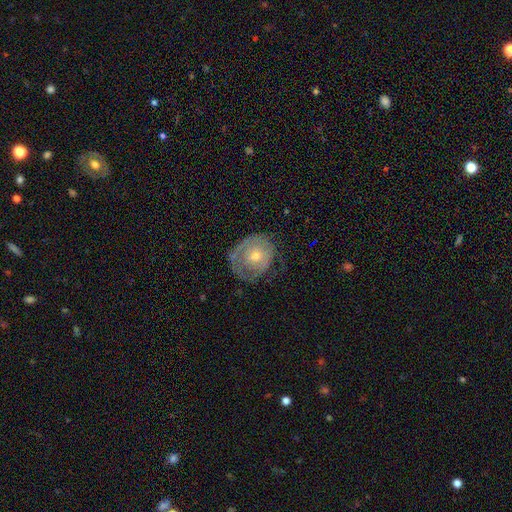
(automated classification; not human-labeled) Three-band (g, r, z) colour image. It shows a featured or disk galaxy (61%) with no bar (81%), spiral arms (60%) and a moderate central bulge (53%). Merging: none (61%).